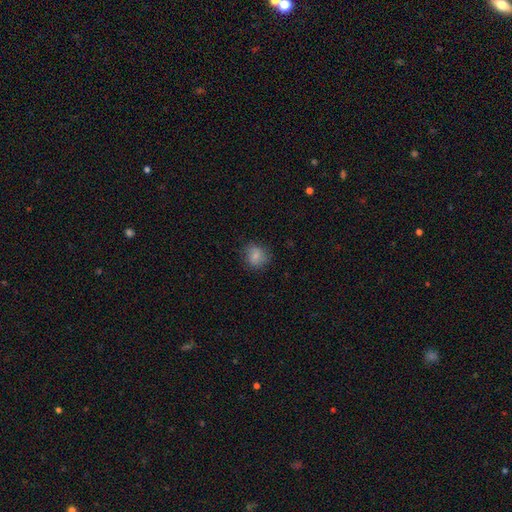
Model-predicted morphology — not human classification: smooth 80%, featured or disk 11%, star or artifact 9%. Down the decision tree: how rounded — round (79%); merging — none (76%).